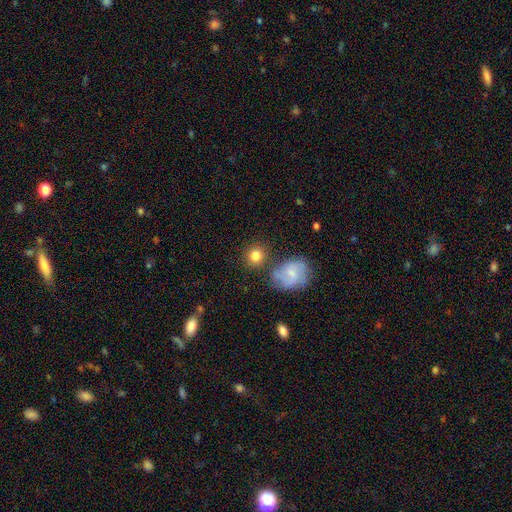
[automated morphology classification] The model was most divided on "merging": none: 74%, minor disturbance: 11%, merger: 11%, major disturbance: 5%. More confident: how rounded — round (86%); smooth or featured — smooth (78%).